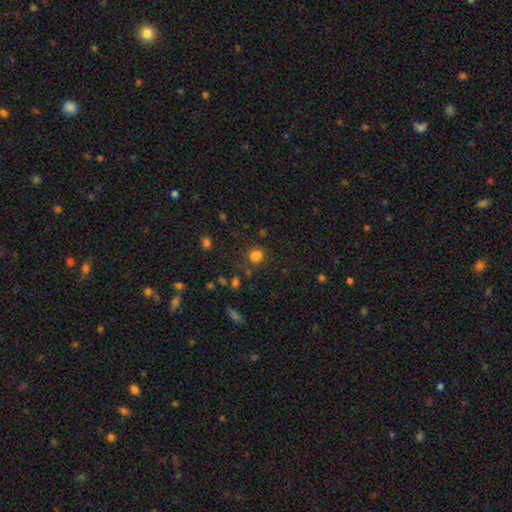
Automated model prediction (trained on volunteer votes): smooth 80%, star or artifact 15%, featured or disk 5%. Down the decision tree: how rounded — round (77%); merging — none (78%).